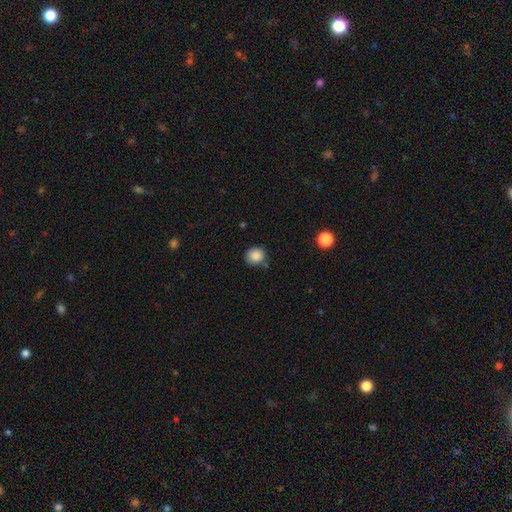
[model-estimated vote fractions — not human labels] Morphology: type=smooth (87%); roundness=round (81%); merging=none (75%).